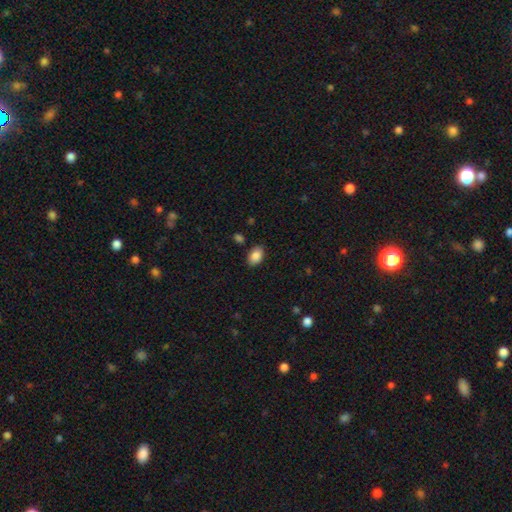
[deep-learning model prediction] The model was most divided on "merging": none: 86%, minor disturbance: 10%, major disturbance: 2%, merger: 2%. More confident: how rounded — in between (88%); smooth or featured — smooth (87%).